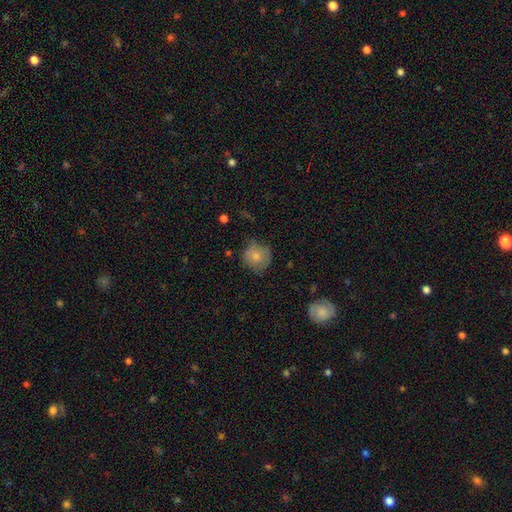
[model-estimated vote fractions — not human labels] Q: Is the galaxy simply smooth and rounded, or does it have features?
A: smooth — 73%.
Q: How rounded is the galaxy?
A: round — 83%.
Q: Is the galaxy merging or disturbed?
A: none — 61%.